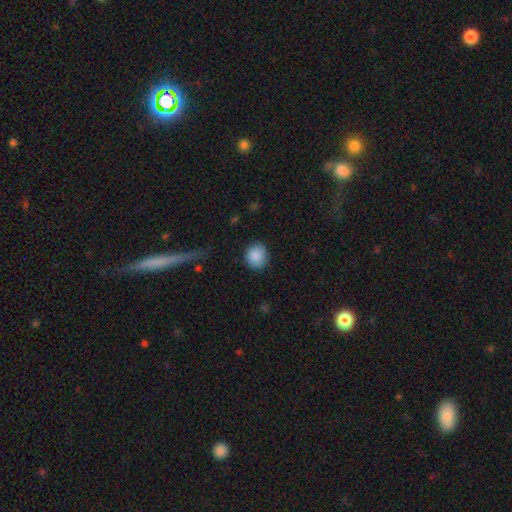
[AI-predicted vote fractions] Smooth or featured? smooth (88%)
How rounded? round (84%)
Merging? none (83%)